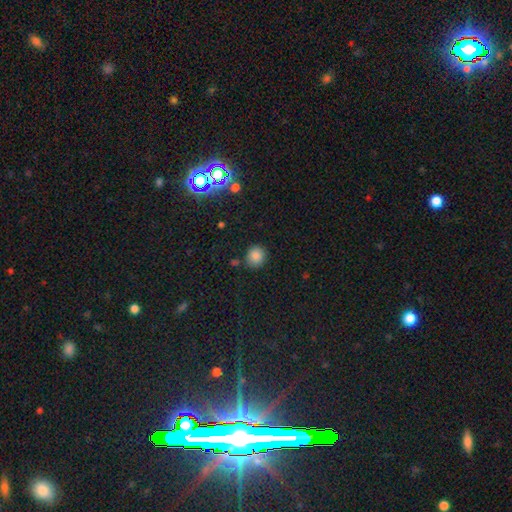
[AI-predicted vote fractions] A smooth galaxy with no disk features (84%) that is round (87%).

Vote fractions:
- Smooth or featured? smooth: 84% / star or artifact: 12% / featured or disk: 4%
- How rounded? round: 87% / in between: 12% / cigar-shaped: 1%
- Merging? none: 84% / minor disturbance: 9% / merger: 4% / major disturbance: 3%